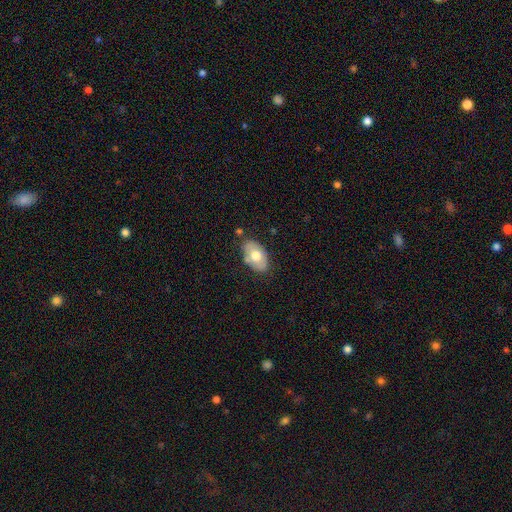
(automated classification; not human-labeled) A smooth galaxy with no disk features (64%) that is in between round and cigar-shaped (92%). Merging: none (74%).